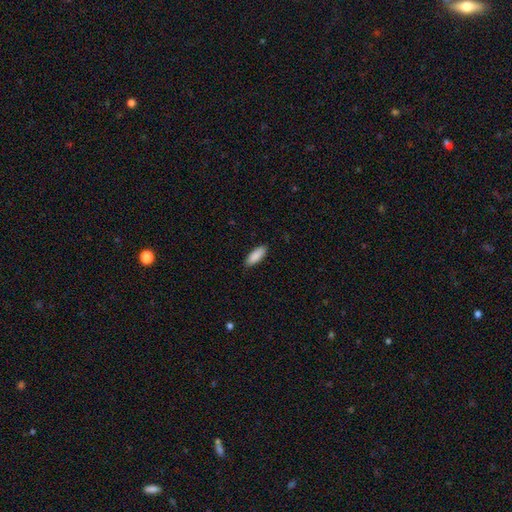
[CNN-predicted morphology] Q: Smooth or featured?
A: smooth (90%); runner-up: star or artifact (6%)
Q: How rounded?
A: in between (69%); runner-up: cigar-shaped (29%)
Q: Merging?
A: none (88%); runner-up: minor disturbance (9%)